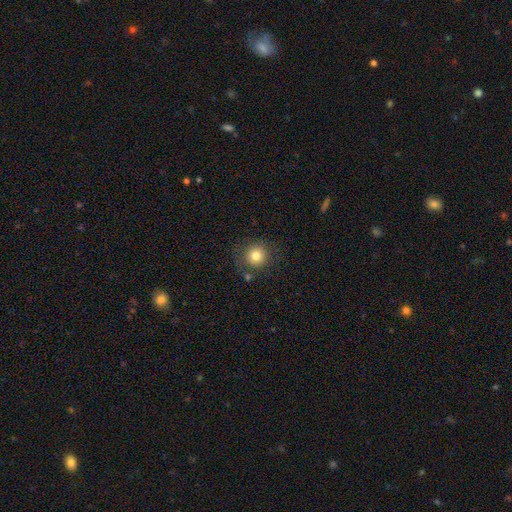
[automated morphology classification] This appears to be a smooth galaxy with no disk features (80%) that is round (92%). Merging: none (82%).